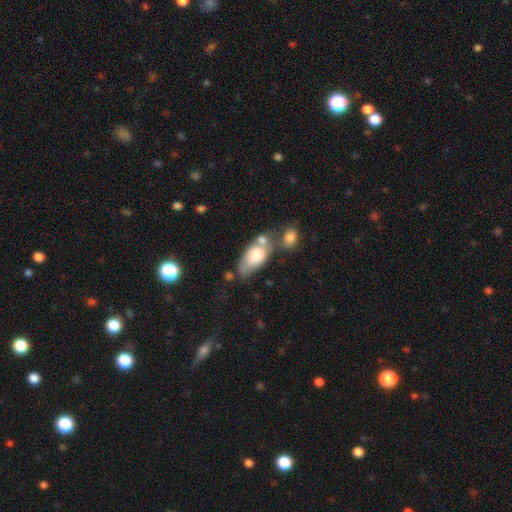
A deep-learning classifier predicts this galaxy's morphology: Smooth or featured? smooth (73%)
How rounded? in between (88%)
Merging? merger (37%)